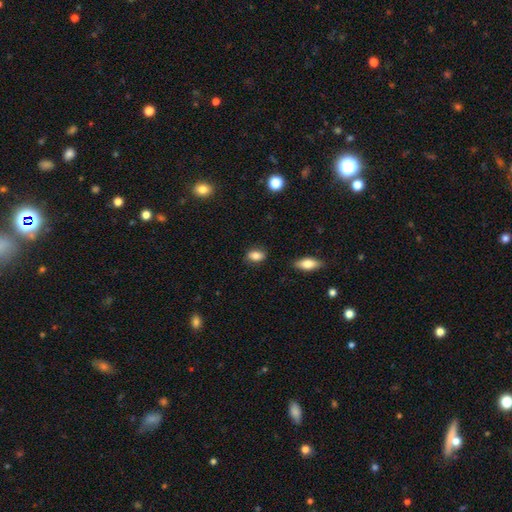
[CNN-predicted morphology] This appears to be a smooth galaxy with no disk features (83%) that is in between round and cigar-shaped (81%). Merging: none (84%).